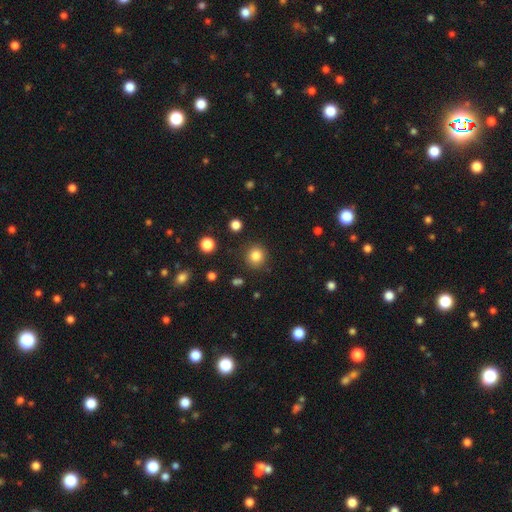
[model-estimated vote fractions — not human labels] Morphology: type=smooth (84%); roundness=round (90%); merging=none (87%).